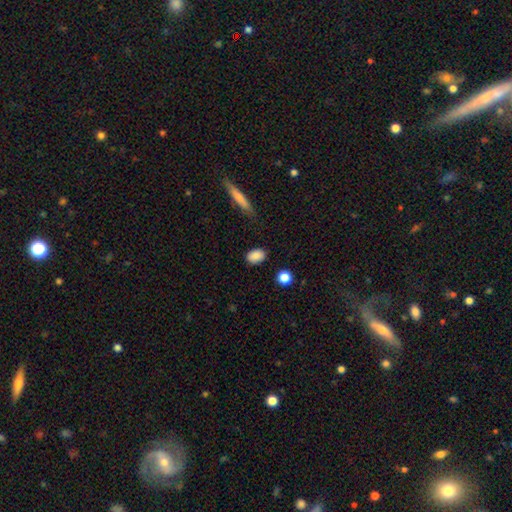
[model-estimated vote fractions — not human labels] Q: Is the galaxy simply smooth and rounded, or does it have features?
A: smooth — 87%.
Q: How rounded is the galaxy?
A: in between — 82%.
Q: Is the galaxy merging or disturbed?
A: none — 85%.